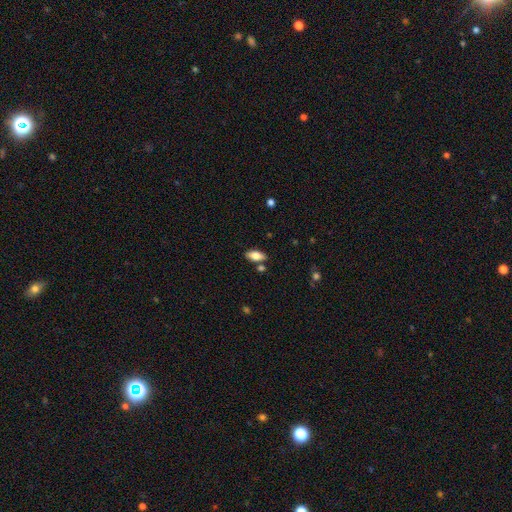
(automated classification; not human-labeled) Overall: smooth (76%). How rounded: in between (88%). Merging: none (79%).